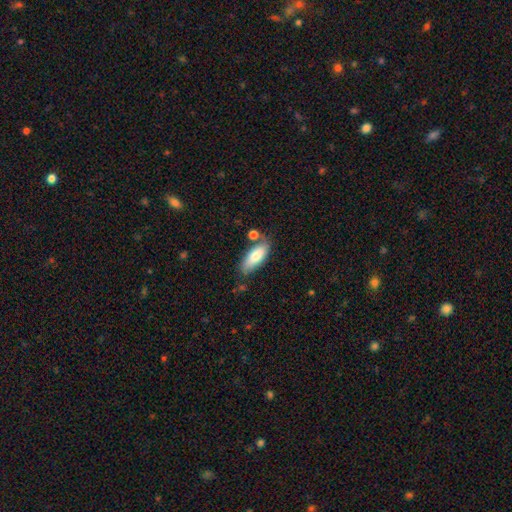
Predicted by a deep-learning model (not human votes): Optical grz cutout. It shows a smooth galaxy with no disk features (77%) that is in between round and cigar-shaped (78%). Merging: none (65%).